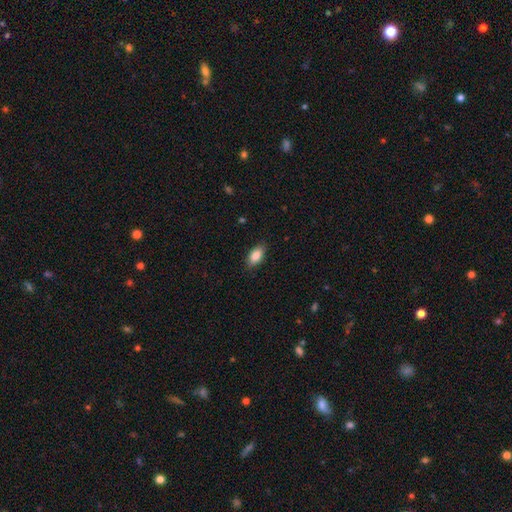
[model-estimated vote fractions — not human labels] smooth 87%, star or artifact 7%, featured or disk 6%. Down the decision tree: how rounded — in between (91%); merging — none (85%).